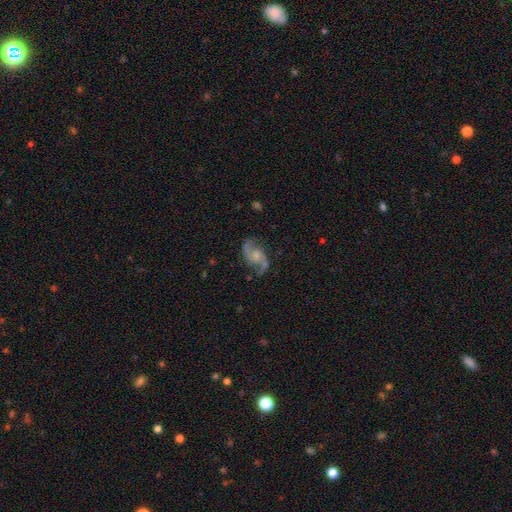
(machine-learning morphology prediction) type=featured or disk (88%); edge-on=no (98%); bar=no (59%); spiral arms=yes (97%); winding=loose (51%); arm count=2 (93%); bulge=moderate (40%); merging=none (77%).